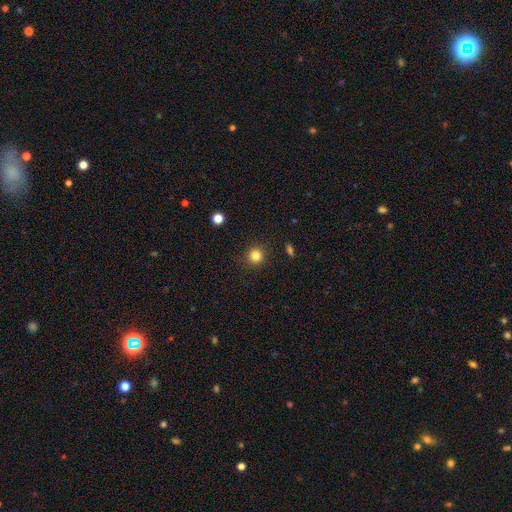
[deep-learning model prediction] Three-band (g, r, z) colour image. It shows a smooth galaxy with no disk features (83%) that is round (94%). Merging: none (91%).